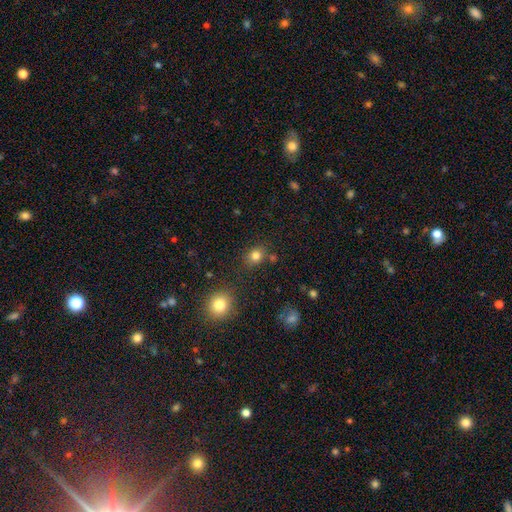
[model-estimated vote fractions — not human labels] This is clearly a smooth galaxy (81%). How rounded: likely round (64%). Merging: likely none (77%).